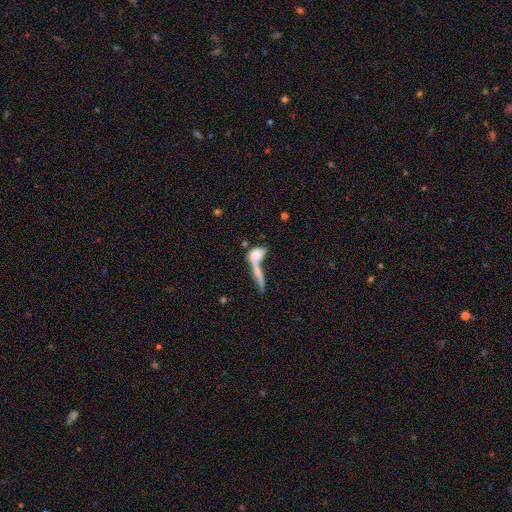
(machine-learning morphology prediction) smooth 63%, featured or disk 28%, star or artifact 9%. Down the decision tree: how rounded — in between (51%); merging — merger (52%).